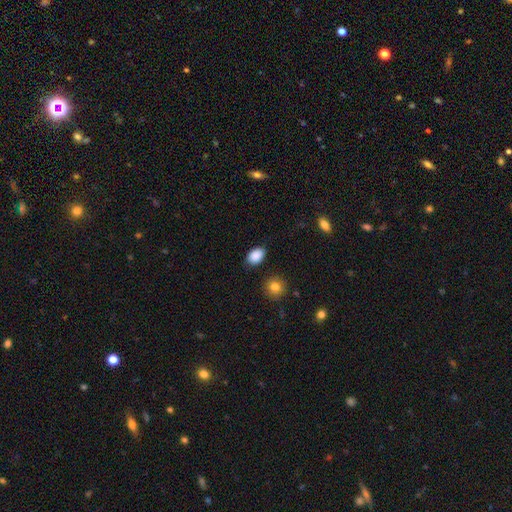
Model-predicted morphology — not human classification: Smooth or featured: smooth — 89% (star or artifact — 8%)
How rounded: in between — 81% (round — 17%)
Merging: none — 85% (minor disturbance — 11%)